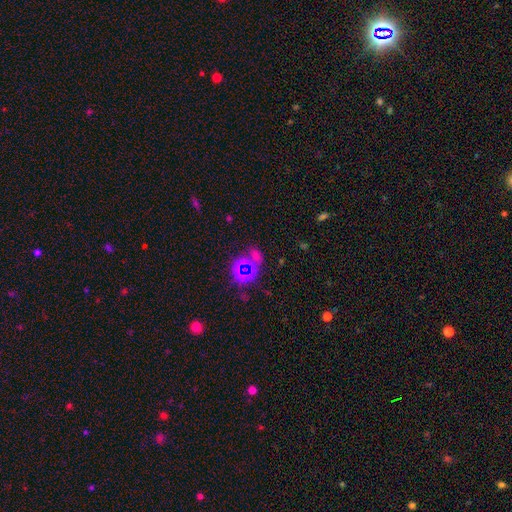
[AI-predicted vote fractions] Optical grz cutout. It shows a star or artifact, not a galaxy (63%).